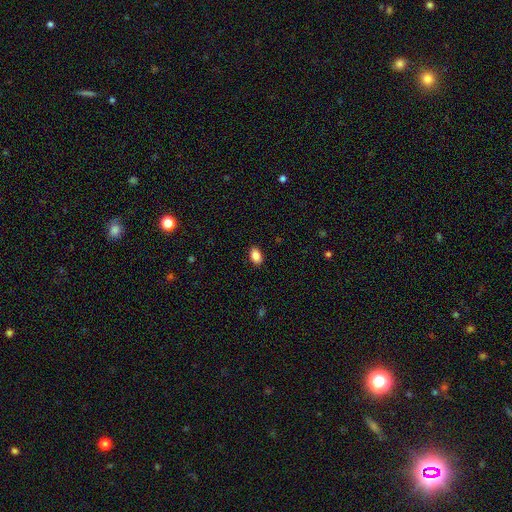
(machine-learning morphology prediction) The model was most divided on "how rounded": in between: 89%, round: 10%, cigar-shaped: 1%. More confident: merging — none (89%); smooth or featured — smooth (88%).